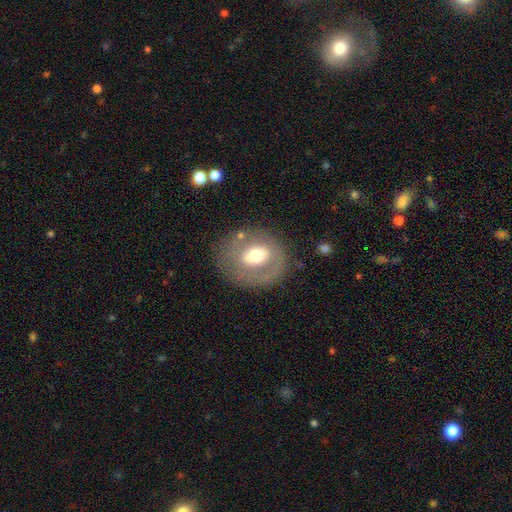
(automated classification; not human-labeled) A featured or disk galaxy (46%, tied with smooth).

Vote fractions:
- Smooth or featured? featured or disk: 46% (tied) / smooth: 46% (tied) / star or artifact: 8%
- Merging? none: 73% / minor disturbance: 15% / major disturbance: 9% / merger: 3%